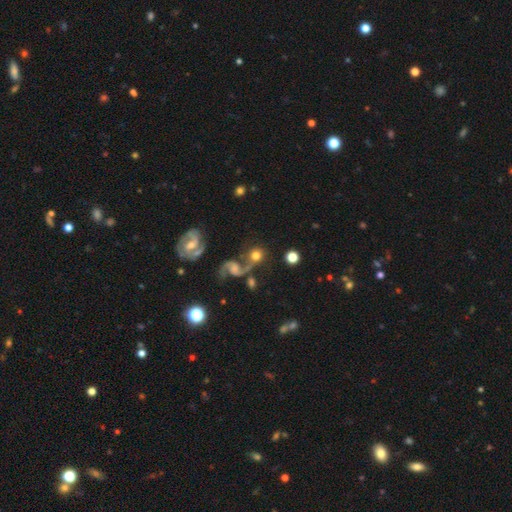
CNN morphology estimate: Smooth or featured: smooth — 58% (featured or disk — 30%)
How rounded: round — 88% (in between — 10%)
Merging: none — 52% (merger — 28%)